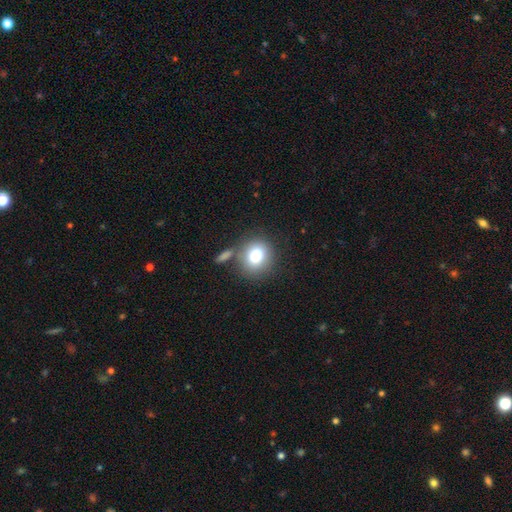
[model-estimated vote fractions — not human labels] Smooth or featured? Predicted: smooth (p=0.80). How rounded? Predicted: round (p=0.70). Merging? Predicted: none (p=0.65).